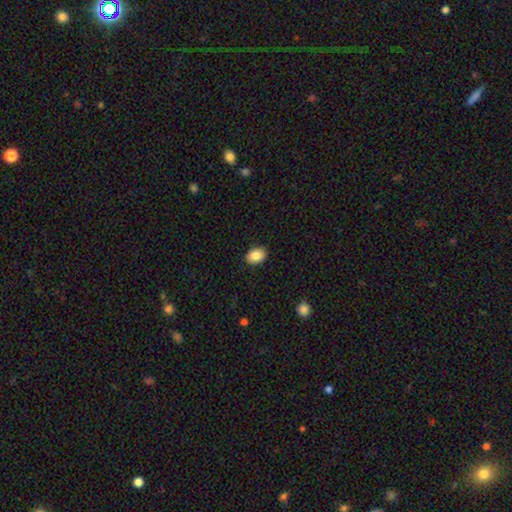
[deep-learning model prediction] The model was most divided on "how rounded": in between: 72%, round: 27%, cigar-shaped: 1%. More confident: merging — none (89%); smooth or featured — smooth (86%).